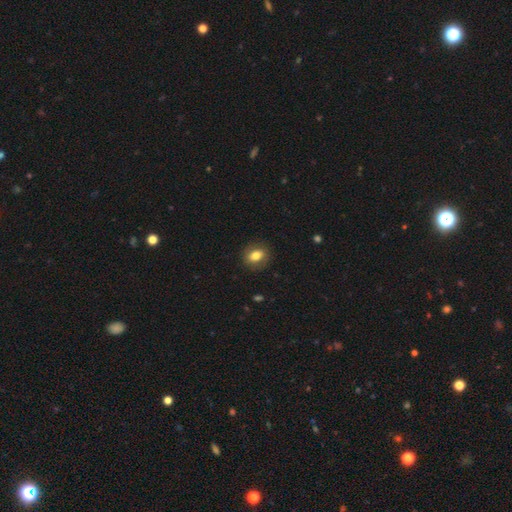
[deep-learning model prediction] smooth-or-featured: smooth: 72% | featured or disk: 19% | star or artifact: 8%
  how-rounded: in between: 58% | round: 40% | cigar-shaped: 2%
  merging: none: 83% | minor disturbance: 12% | major disturbance: 4% | merger: 1%